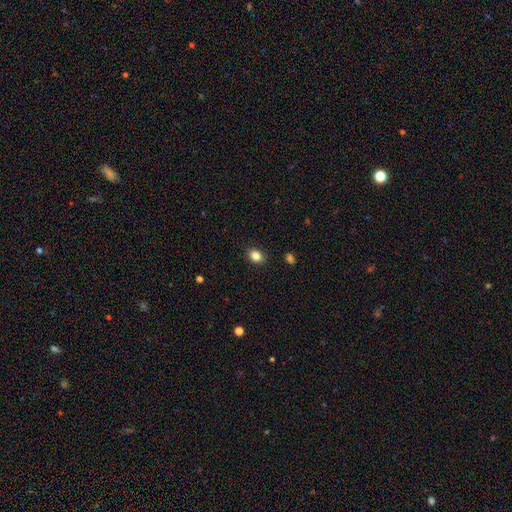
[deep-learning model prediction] smooth-or-featured: smooth: 84% | star or artifact: 10% | featured or disk: 6%
  how-rounded: in between: 68% | round: 31% | cigar-shaped: 1%
  merging: none: 89% | minor disturbance: 8% | major disturbance: 2% | merger: 1%